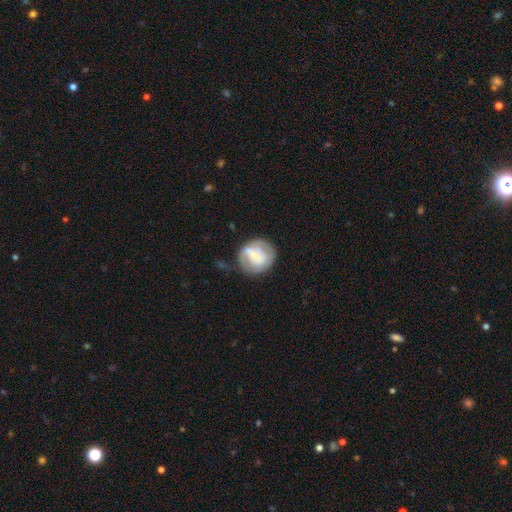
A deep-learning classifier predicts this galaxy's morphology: Overall: featured or disk (54%; smooth 39%). Edge-on disk: no (97%). Bar: no (38%; weak 37%). Spiral arms: yes (63%; no 37%). Bulge size: small (37%; none 26%). Merging: none (53%; minor disturbance 25%).